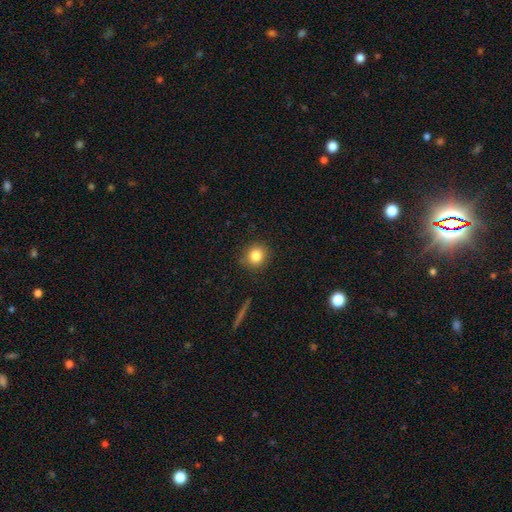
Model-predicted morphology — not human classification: smooth 83%, star or artifact 11%, featured or disk 7%. Down the decision tree: how rounded — round (89%); merging — none (87%).